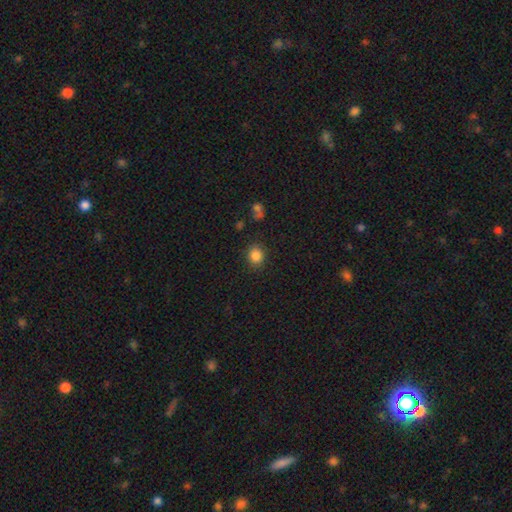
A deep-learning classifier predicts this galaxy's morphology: Smooth or featured: smooth — 84% (star or artifact — 11%)
How rounded: round — 75% (in between — 24%)
Merging: none — 86% (minor disturbance — 9%)